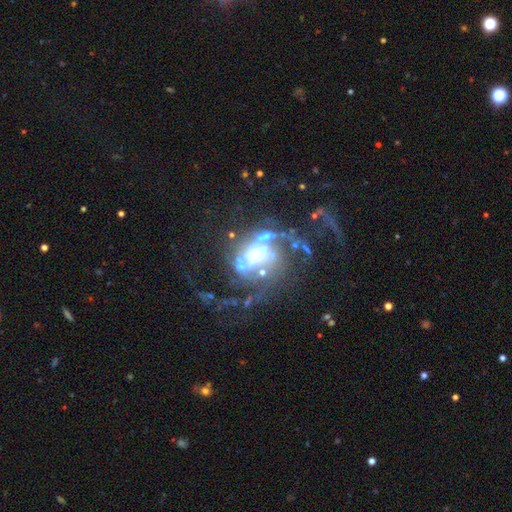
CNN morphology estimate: Overall: featured or disk (79%). Edge-on disk: no (95%). Bar: strong (40%; no 32%). Spiral arms: yes (77%). Spiral arm count: 2 (37%; can't tell 30%). Spiral winding: medium (38%; loose 33%). Bulge size: moderate (47%; large 29%). Merging: major disturbance (37%; none 35%).